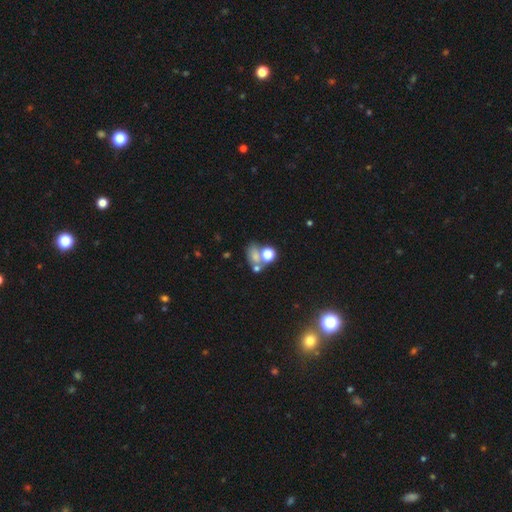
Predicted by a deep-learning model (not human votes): Overall: smooth (52%; star or artifact 32%). How rounded: in between (50%; round 47%). Merging: none (41%; merger 35%).